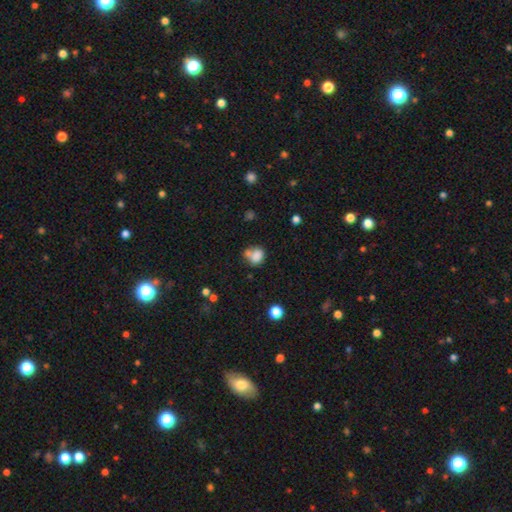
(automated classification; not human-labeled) Q: Smooth or featured?
A: smooth (77%); runner-up: star or artifact (12%)
Q: How rounded?
A: round (56%); runner-up: in between (43%)
Q: Merging?
A: none (36%); runner-up: merger (33%)